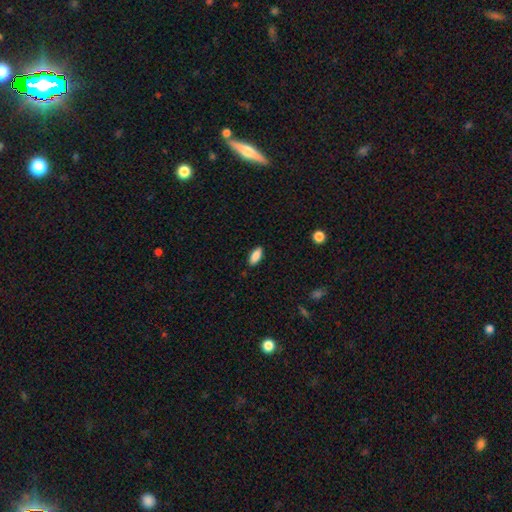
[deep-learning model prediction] A smooth galaxy with no disk features (87%) that is in between round and cigar-shaped (82%). Merging: none (88%).